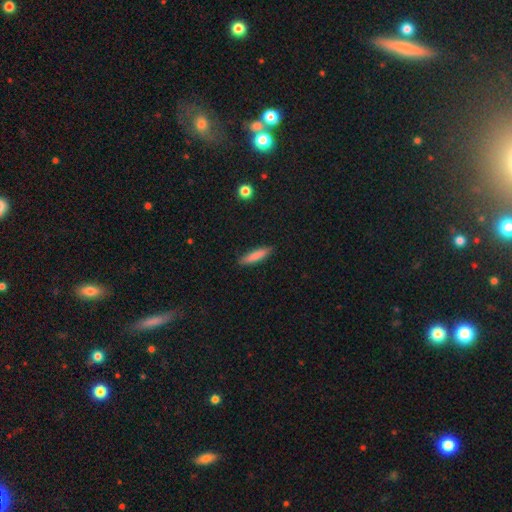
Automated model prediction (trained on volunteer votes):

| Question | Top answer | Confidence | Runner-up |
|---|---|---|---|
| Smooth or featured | smooth | 82% | featured or disk (11%) |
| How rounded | cigar-shaped | 81% | in between (17%) |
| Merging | none | 87% | minor disturbance (10%) |